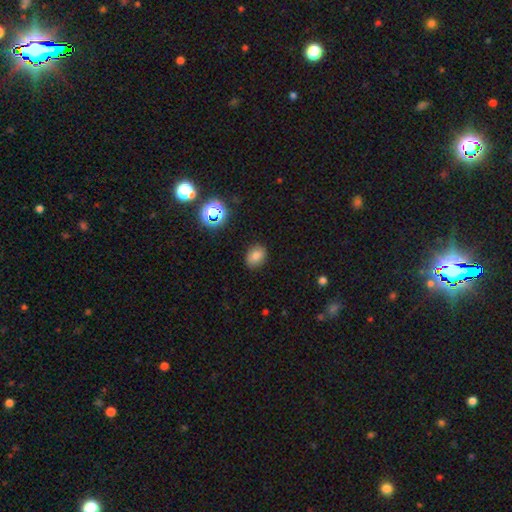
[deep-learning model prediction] Smooth or featured? smooth (79%)
How rounded? in between (60%)
Merging? none (87%)